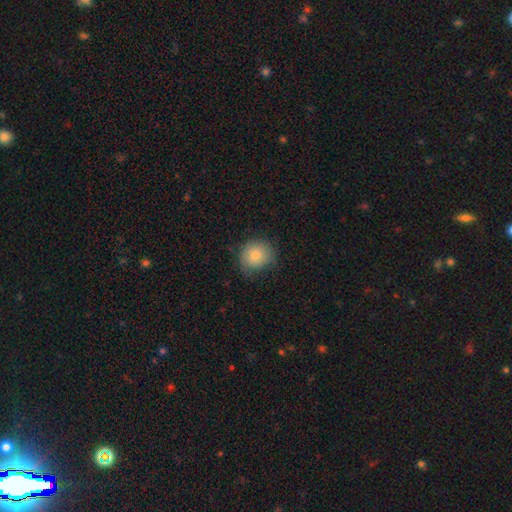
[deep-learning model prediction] This appears to be a smooth galaxy with no disk features (83%) that is round (80%). Merging: none (73%).